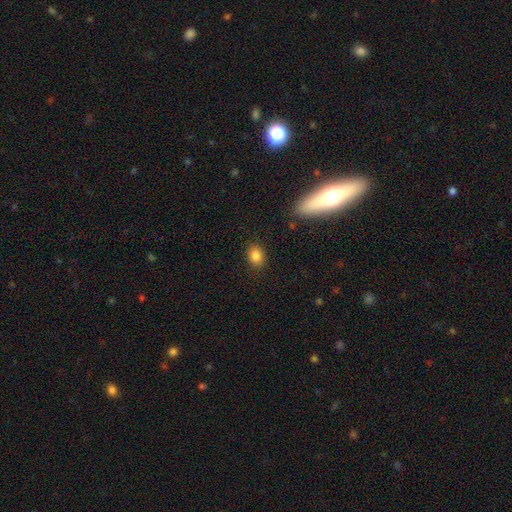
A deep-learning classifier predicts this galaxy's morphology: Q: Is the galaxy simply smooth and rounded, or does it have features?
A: smooth — 84%.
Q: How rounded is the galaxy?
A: in between — 65%.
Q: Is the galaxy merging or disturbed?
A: none — 86%.